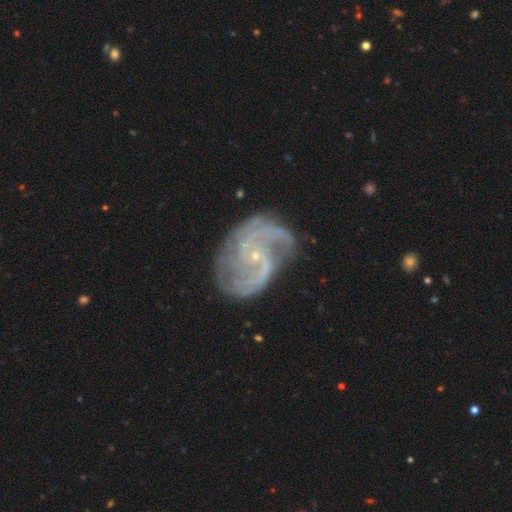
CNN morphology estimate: Overall: featured or disk (89%). Edge-on disk: no (98%). Bar: no (56%; weak 34%). Spiral arms: yes (98%). Spiral arm count: 2 (49%; 3 18%). Spiral winding: medium (51%; tight 31%). Bulge size: small (86%). Merging: none (64%).